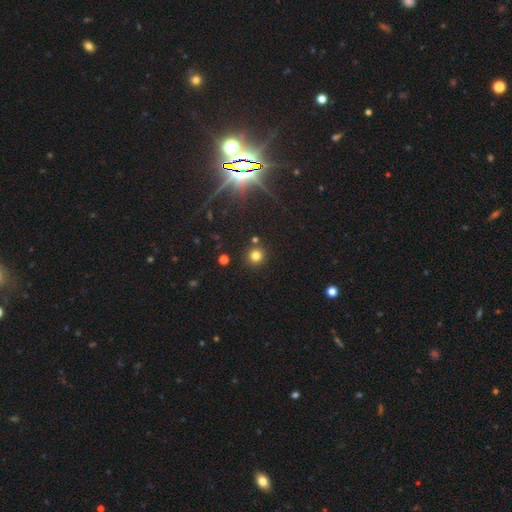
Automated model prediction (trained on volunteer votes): Q: Smooth or featured?
A: smooth (75%); runner-up: star or artifact (18%)
Q: How rounded?
A: round (93%); runner-up: in between (6%)
Q: Merging?
A: none (87%); runner-up: minor disturbance (6%)